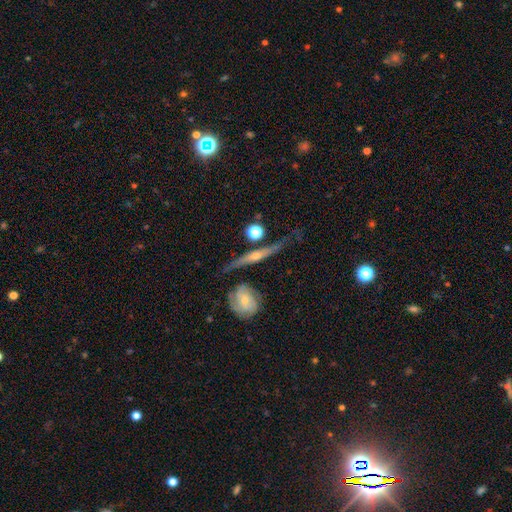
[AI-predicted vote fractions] smooth-or-featured: featured or disk: 78% | smooth: 14% | star or artifact: 7%
  disk-edge-on: yes: 85% | no: 15%
    edge-on-bulge: rounded: 82% | none: 12% | boxy: 7%
  merging: none: 74% | minor disturbance: 14% | major disturbance: 6% | merger: 5%